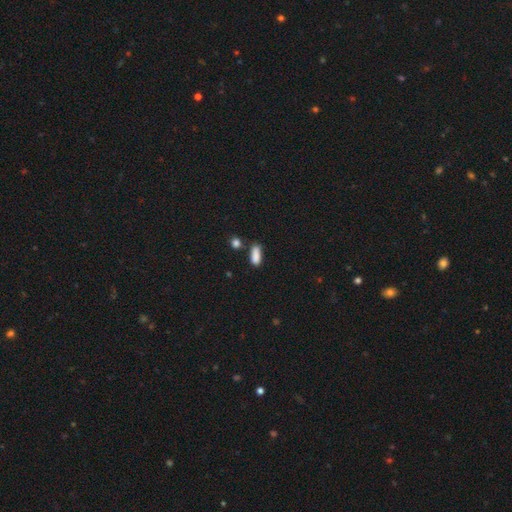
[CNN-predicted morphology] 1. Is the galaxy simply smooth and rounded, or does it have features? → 85% smooth, 9% star or artifact, 6% featured or disk.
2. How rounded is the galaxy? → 66% in between, 31% cigar-shaped, 4% round.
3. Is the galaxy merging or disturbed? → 60% none, 23% minor disturbance, 12% merger, 6% major disturbance.